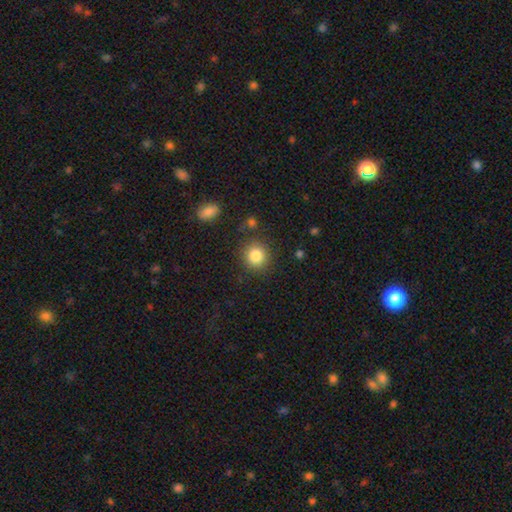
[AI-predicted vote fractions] A smooth galaxy with no disk features (84%) that is round (89%). Merging: none (85%).